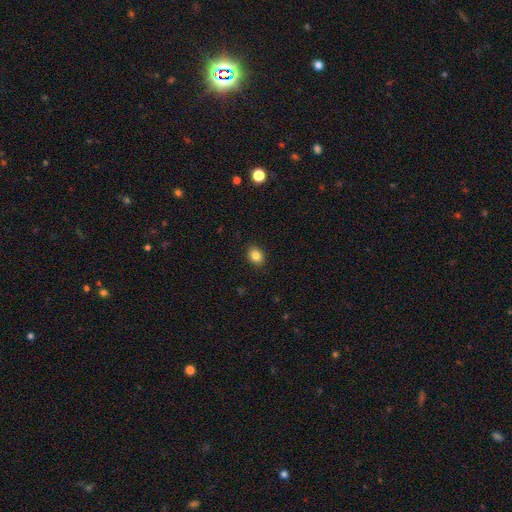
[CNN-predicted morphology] Smooth or featured? smooth (85%)
How rounded? in between (55%)
Merging? none (90%)